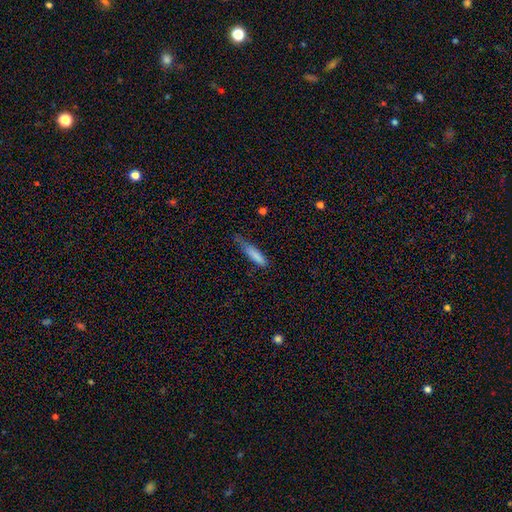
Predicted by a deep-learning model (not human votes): The model was most divided on "merging": none: 44%, minor disturbance: 40%, major disturbance: 13%, merger: 3%. More confident: smooth or featured — smooth (83%); how rounded — cigar-shaped (73%).